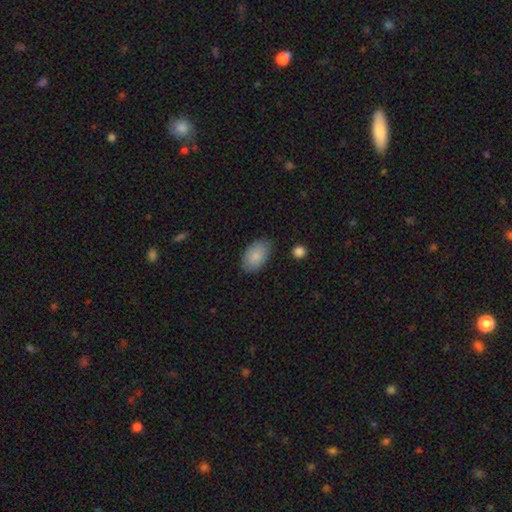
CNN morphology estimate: This appears to be a smooth galaxy with no disk features (86%) that is in between round and cigar-shaped (92%). Merging: none (81%).